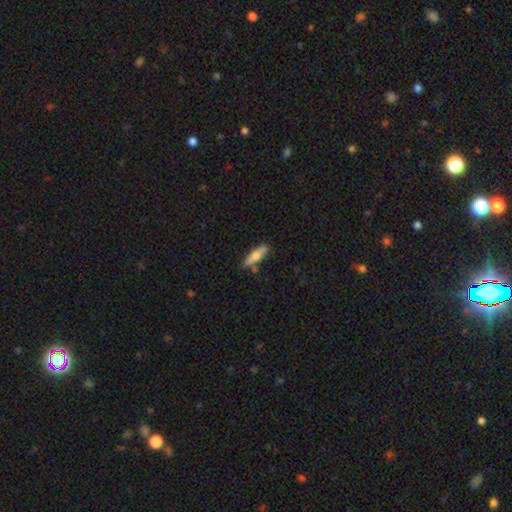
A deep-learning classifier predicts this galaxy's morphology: Overall: smooth (64%; featured or disk 30%). How rounded: cigar-shaped (64%; in between 34%). Merging: none (75%).